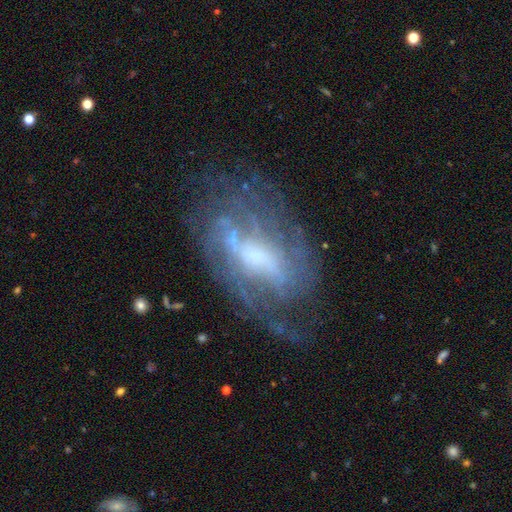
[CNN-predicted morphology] Smooth or featured? featured or disk (78%)
Edge-on disk? no (94%)
Bar? no (45%)
Spiral arms? yes (77%)
Spiral winding? tight (39%)
Spiral arm count? can't tell (50%)
Bulge size? moderate (37%)
Merging? none (59%)